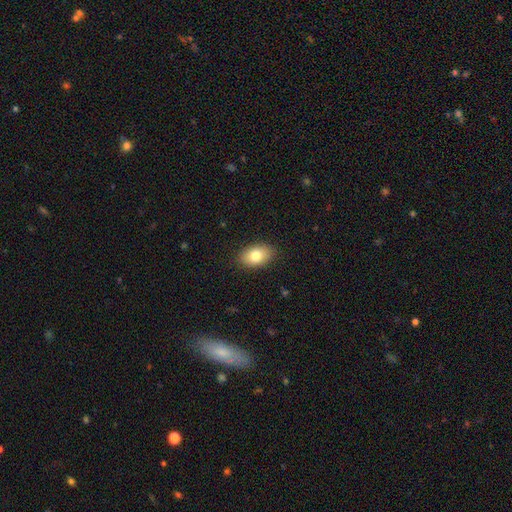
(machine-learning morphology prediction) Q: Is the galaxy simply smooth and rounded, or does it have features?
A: smooth — 80%.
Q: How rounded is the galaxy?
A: in between — 90%.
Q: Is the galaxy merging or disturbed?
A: none — 88%.